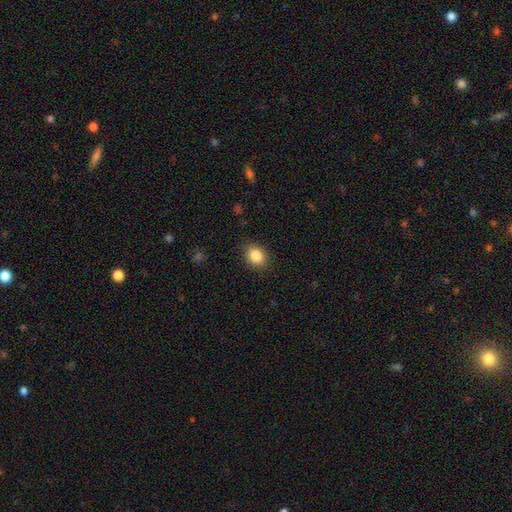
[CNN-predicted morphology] smooth_or_featured: smooth (p=0.87) [alt: star or artifact p=0.09]
how_rounded: in between (p=0.50) [alt: round p=0.49]
merging: none (p=0.86) [alt: minor disturbance p=0.10]